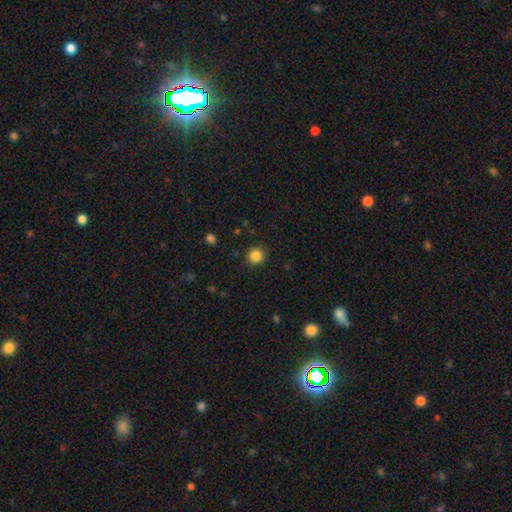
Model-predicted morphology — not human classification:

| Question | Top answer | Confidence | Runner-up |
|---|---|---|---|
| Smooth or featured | smooth | 85% | star or artifact (11%) |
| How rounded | round | 93% | in between (7%) |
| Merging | none | 90% | minor disturbance (6%) |